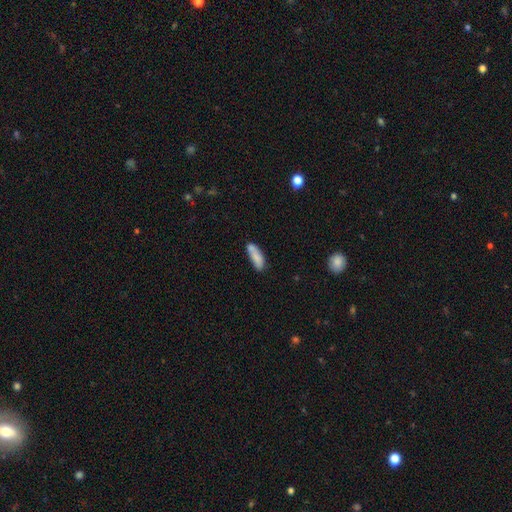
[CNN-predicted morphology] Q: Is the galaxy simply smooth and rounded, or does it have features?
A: smooth — 79%.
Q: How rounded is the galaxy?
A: in between — 55%.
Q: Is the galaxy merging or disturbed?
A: none — 55%.